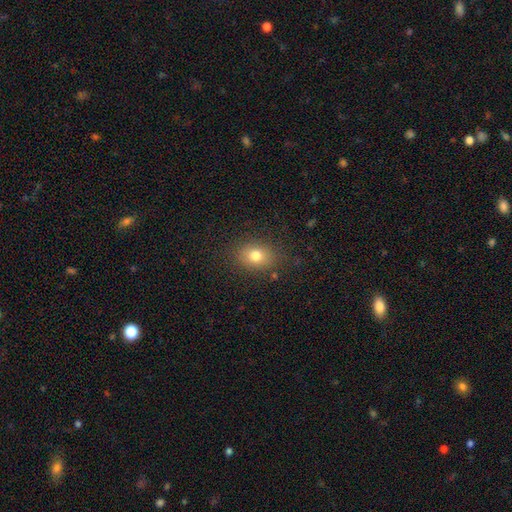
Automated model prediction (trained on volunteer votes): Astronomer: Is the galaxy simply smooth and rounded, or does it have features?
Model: smooth — 78%.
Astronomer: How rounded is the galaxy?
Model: in between — 53% (runner-up: round, 46%).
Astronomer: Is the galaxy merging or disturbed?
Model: none — 84%.